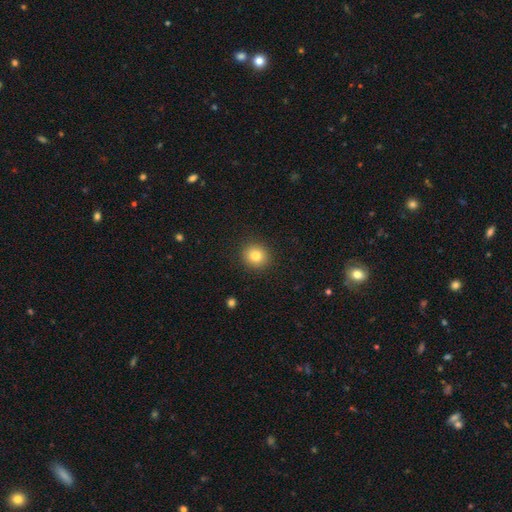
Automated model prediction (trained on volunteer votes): Smooth or featured?
  - smooth: 82% *
  - star or artifact: 10%
  - featured or disk: 8%
How rounded?
  - round: 88% *
  - in between: 11%
  - cigar-shaped: 1%
Merging?
  - none: 91% *
  - minor disturbance: 6%
  - major disturbance: 2%
  - merger: 1%